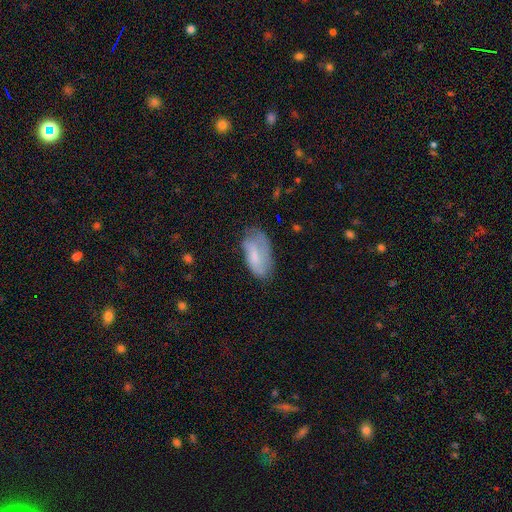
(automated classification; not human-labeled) smooth_or_featured: smooth (p=0.62) [alt: featured or disk p=0.30]
how_rounded: in between (p=0.91) [alt: cigar-shaped p=0.07]
merging: none (p=0.48) [alt: minor disturbance p=0.33]